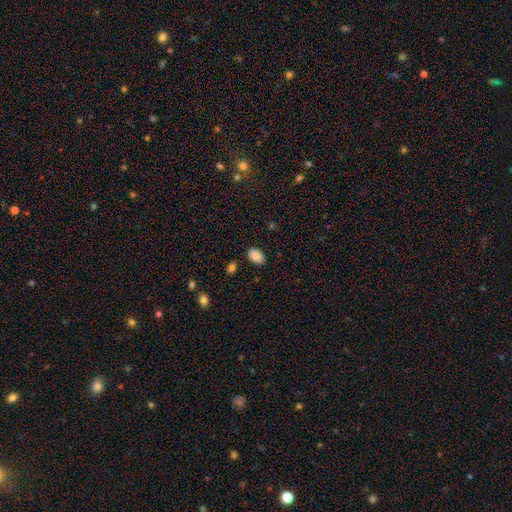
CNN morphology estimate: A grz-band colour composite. It shows a smooth galaxy with no disk features (87%) that is in between round and cigar-shaped (88%). Merging: none (84%).